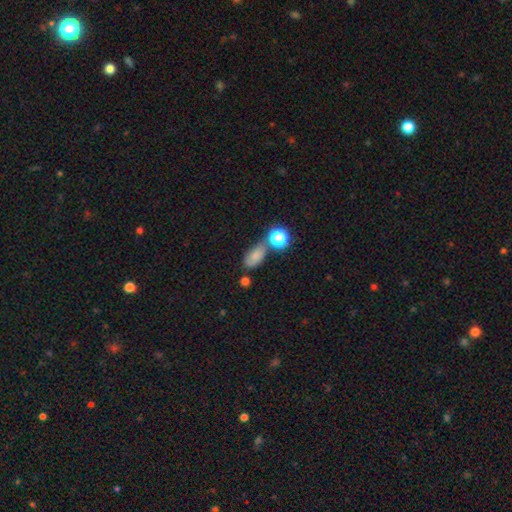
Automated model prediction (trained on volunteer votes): smooth-or-featured: smooth: 75% | star or artifact: 15% | featured or disk: 10%
  how-rounded: in between: 80% | round: 12% | cigar-shaped: 8%
  merging: none: 53% | minor disturbance: 21% | merger: 18% | major disturbance: 8%